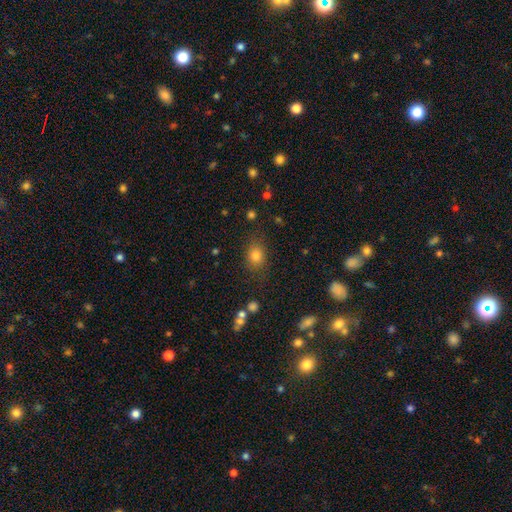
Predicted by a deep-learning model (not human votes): Smooth or featured?
  - smooth: 79% *
  - star or artifact: 14%
  - featured or disk: 7%
How rounded?
  - in between: 51% *
  - round: 48%
  - cigar-shaped: 1%
Merging?
  - none: 80% *
  - minor disturbance: 13%
  - major disturbance: 5%
  - merger: 2%